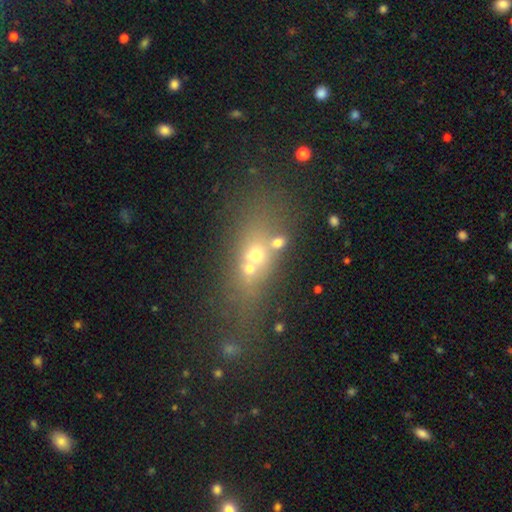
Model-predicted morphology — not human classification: Smooth or featured: smooth — 40% (featured or disk — 33%)
Merging: merger — 44% (none — 38%)